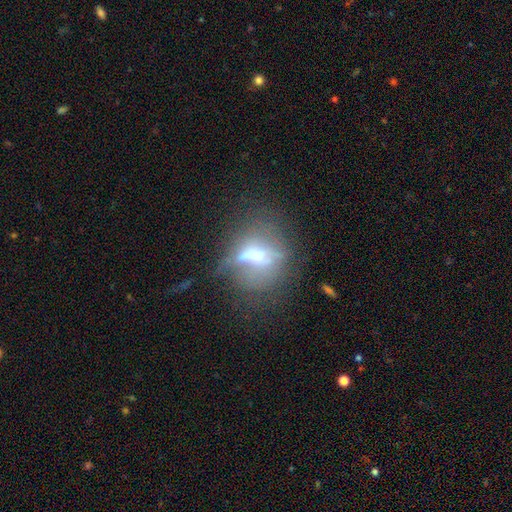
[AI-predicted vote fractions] Smooth or featured? featured or disk (54%)
Edge-on disk? no (67%)
Merging? none (47%)